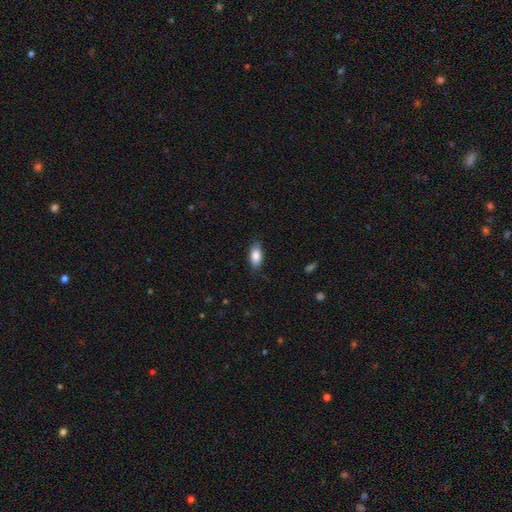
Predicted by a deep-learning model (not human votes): This is clearly a smooth galaxy (84%). How rounded: clearly in between (89%). Merging: clearly none (83%).